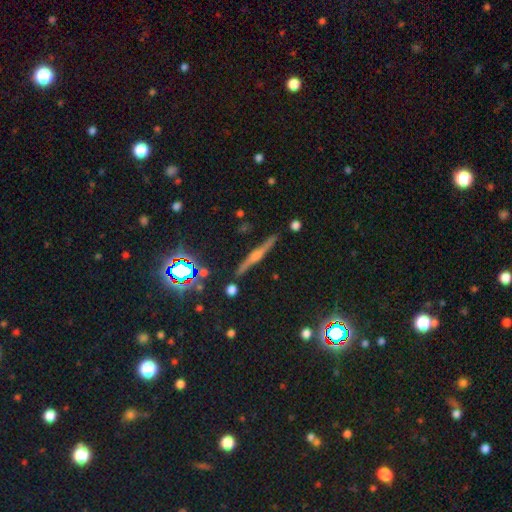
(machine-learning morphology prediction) This is likely a featured or disk galaxy (63%). It is clearly viewed edge-on (94%). Edge-on bulge: clearly rounded (82%). Merging: clearly none (85%).